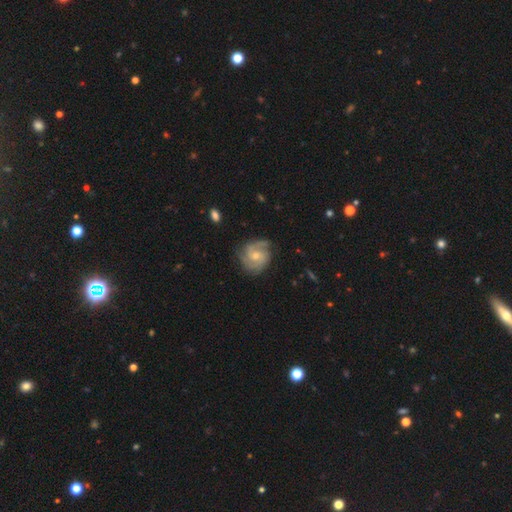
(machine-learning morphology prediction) smooth_or_featured: featured or disk (p=0.84) [alt: smooth p=0.11]
disk_edge_on: no (p=0.98) [alt: yes p=0.02]
bar: no (p=0.58) [alt: weak p=0.36]
has_spiral_arms: yes (p=0.97) [alt: no p=0.03]
spiral_winding: tight (p=0.48) [alt: medium p=0.42]
spiral_arm_count: 2 (p=0.38) [alt: 3 p=0.33]
bulge_size: moderate (p=0.50) [alt: small p=0.44]
merging: none (p=0.75) [alt: minor disturbance p=0.18]